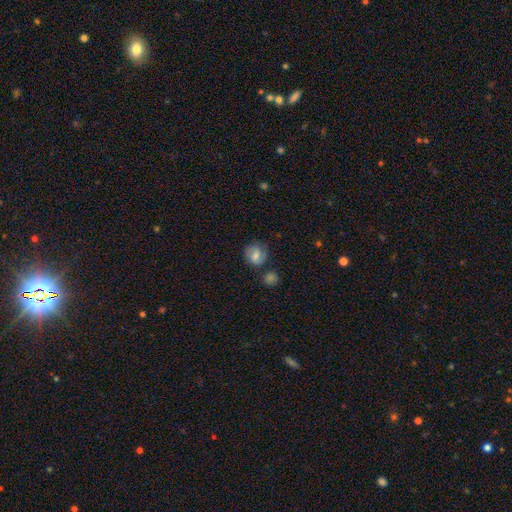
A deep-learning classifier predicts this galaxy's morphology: This appears to be a smooth galaxy with no disk features (59%) that is round (77%). Merging: none (69%).